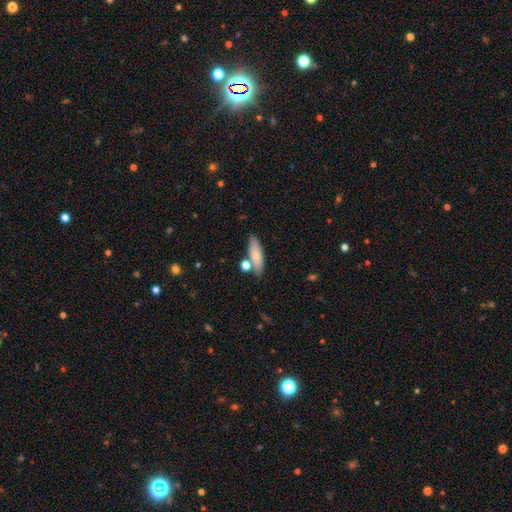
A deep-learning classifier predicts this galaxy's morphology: Smooth or featured: smooth — 79% (featured or disk — 15%)
How rounded: in between — 48% (tied with cigar-shaped — 48%)
Merging: none — 72% (minor disturbance — 13%)